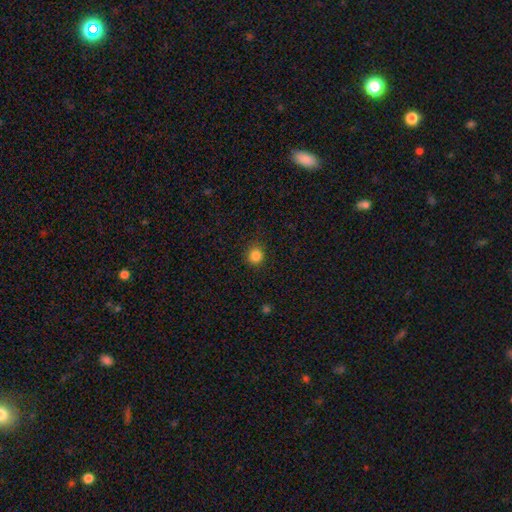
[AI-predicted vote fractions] smooth 85%, star or artifact 11%, featured or disk 4%. Down the decision tree: how rounded — round (92%); merging — none (88%).